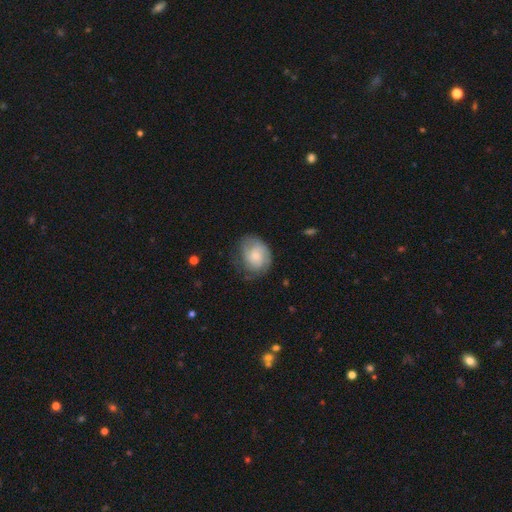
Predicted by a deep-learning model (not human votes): smooth_or_featured: smooth (p=0.50) [alt: featured or disk p=0.43]
how_rounded: in between (p=0.52) [alt: round p=0.47]
merging: none (p=0.61) [alt: minor disturbance p=0.26]